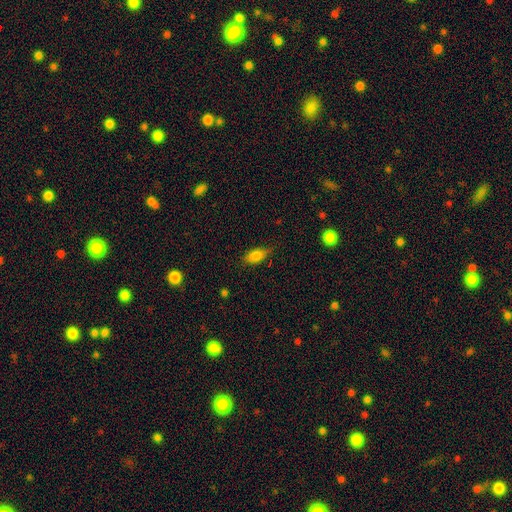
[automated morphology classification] Smooth or featured? smooth (81%)
How rounded? in between (85%)
Merging? none (73%)